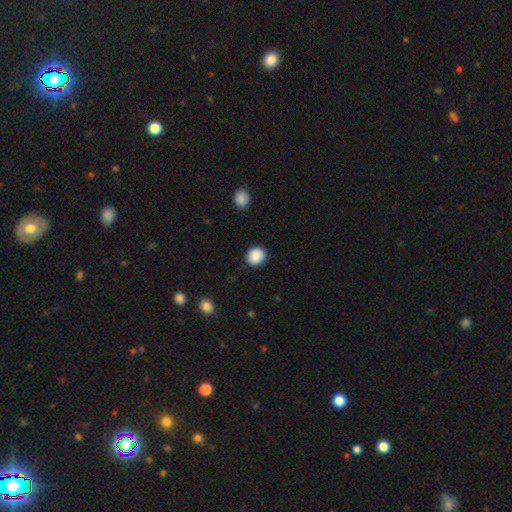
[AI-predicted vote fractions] smooth-or-featured: smooth: 89% | star or artifact: 8% | featured or disk: 3%
  how-rounded: round: 84% | in between: 15% | cigar-shaped: 1%
  merging: none: 89% | minor disturbance: 8% | major disturbance: 2% | merger: 1%